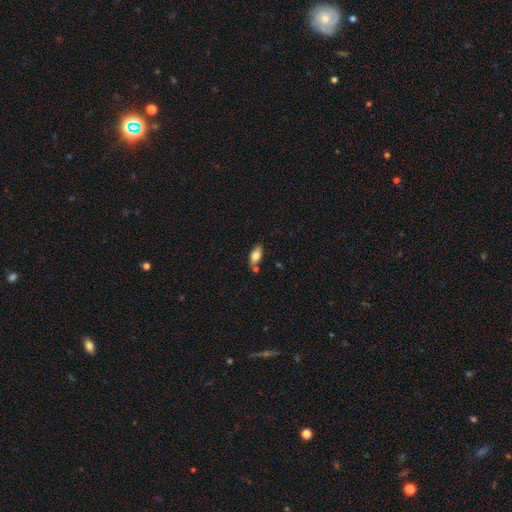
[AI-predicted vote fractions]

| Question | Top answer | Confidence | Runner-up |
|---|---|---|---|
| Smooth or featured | smooth | 78% | featured or disk (15%) |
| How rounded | in between | 86% | cigar-shaped (10%) |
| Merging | none | 68% | minor disturbance (16%) |